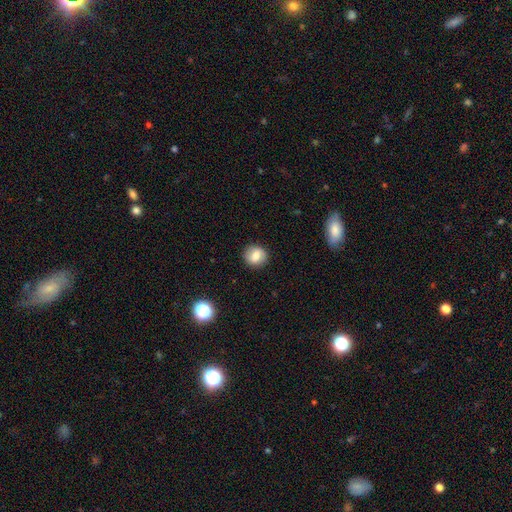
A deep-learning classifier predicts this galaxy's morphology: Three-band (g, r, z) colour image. It shows a smooth galaxy with no disk features (73%) that is round (78%). Merging: none (87%).